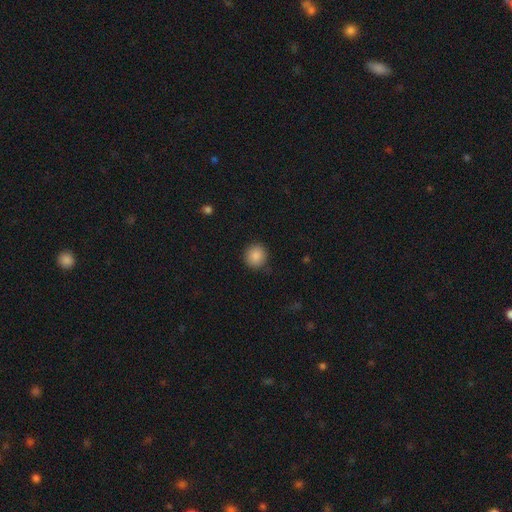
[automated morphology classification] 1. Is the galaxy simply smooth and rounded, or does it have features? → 87% smooth, 9% star or artifact, 4% featured or disk.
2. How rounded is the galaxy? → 89% round, 10% in between, 1% cigar-shaped.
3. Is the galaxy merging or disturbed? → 86% none, 10% minor disturbance, 3% major disturbance, 1% merger.